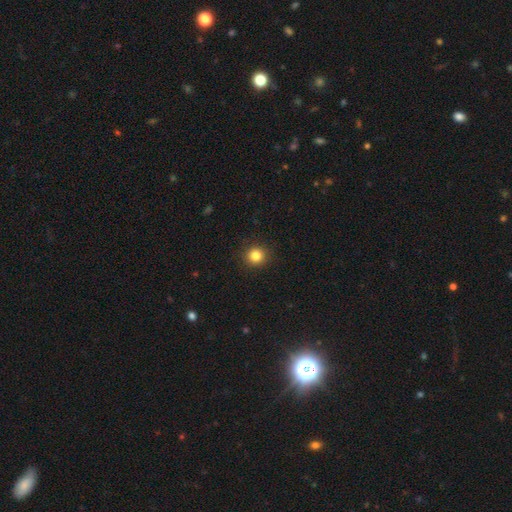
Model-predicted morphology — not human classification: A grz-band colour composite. It shows a smooth galaxy with no disk features (83%) that is round (92%). Merging: none (92%).